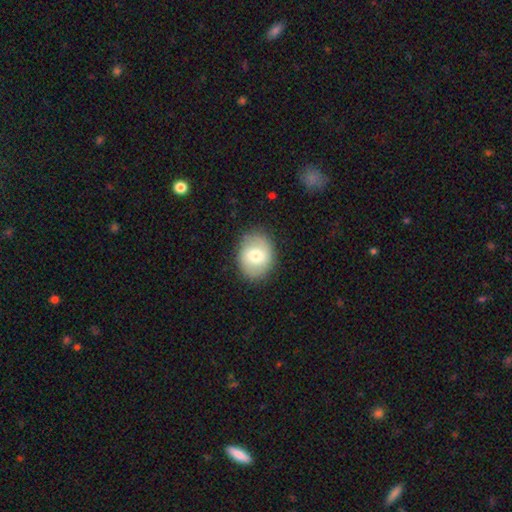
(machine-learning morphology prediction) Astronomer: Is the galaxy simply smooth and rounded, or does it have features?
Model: smooth — 65%.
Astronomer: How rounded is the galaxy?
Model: round — 51% (runner-up: in between, 48%).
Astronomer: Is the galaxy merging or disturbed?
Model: none — 84%.